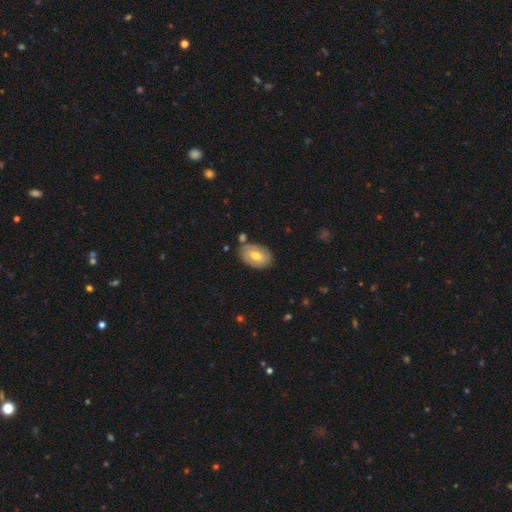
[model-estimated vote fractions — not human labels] This is possibly a featured or disk galaxy (52%). It is clearly not viewed edge-on (94%). Merging: likely none (74%).